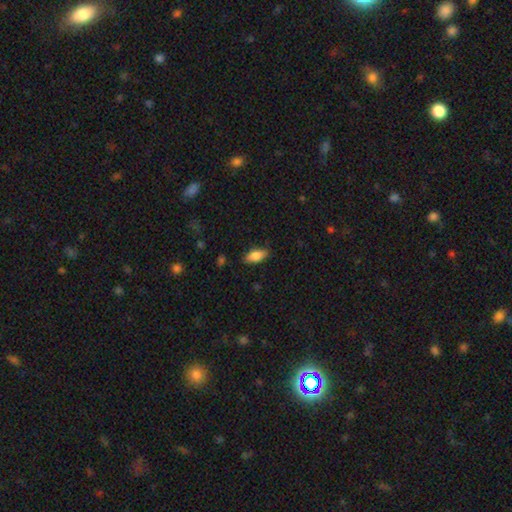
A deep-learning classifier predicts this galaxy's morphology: Smooth or featured?
  - smooth: 82% *
  - featured or disk: 11%
  - star or artifact: 7%
How rounded?
  - in between: 86% *
  - cigar-shaped: 12%
  - round: 3%
Merging?
  - none: 85% *
  - minor disturbance: 12%
  - major disturbance: 2%
  - merger: 1%